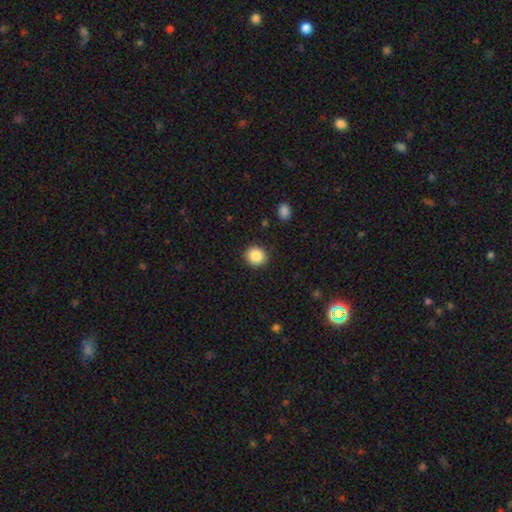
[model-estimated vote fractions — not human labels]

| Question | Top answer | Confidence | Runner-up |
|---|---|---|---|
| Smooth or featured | smooth | 87% | star or artifact (9%) |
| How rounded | round | 87% | in between (12%) |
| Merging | none | 91% | minor disturbance (6%) |